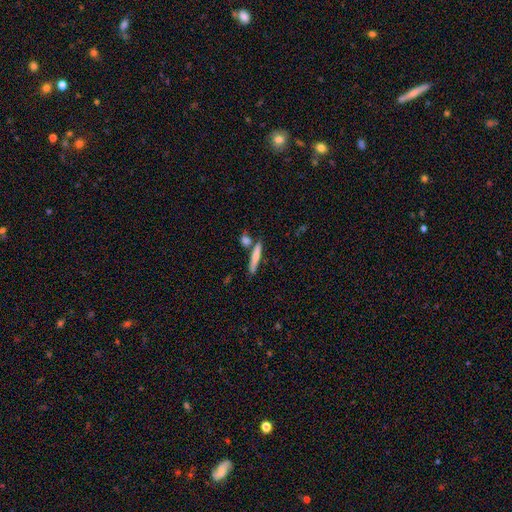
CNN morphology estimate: Q: Smooth or featured?
A: smooth (62%); runner-up: featured or disk (32%)
Q: How rounded?
A: cigar-shaped (88%); runner-up: in between (9%)
Q: Merging?
A: none (73%); runner-up: merger (13%)